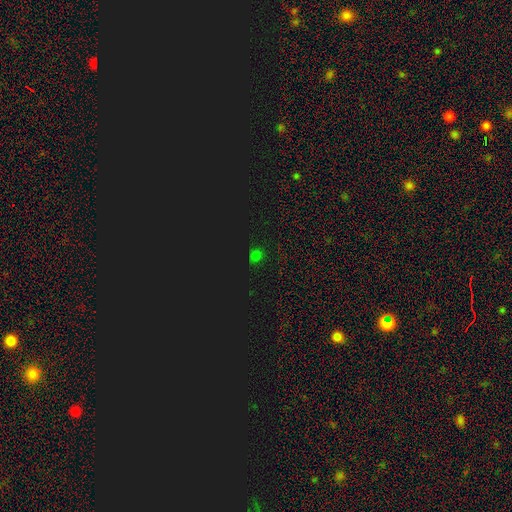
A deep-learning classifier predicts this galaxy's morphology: A smooth galaxy with no disk features (53%) that is round (79%). Merging: none (86%).